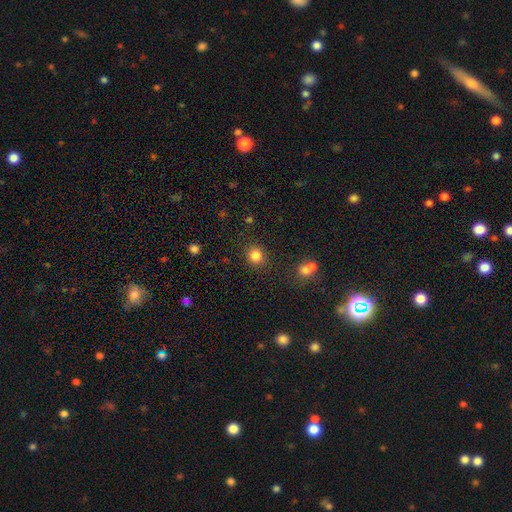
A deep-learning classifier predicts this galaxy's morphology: This appears to be a smooth galaxy with no disk features (83%) that is round (82%). Merging: none (84%).